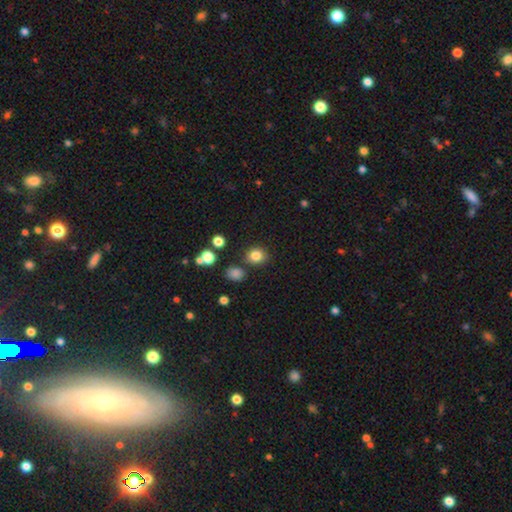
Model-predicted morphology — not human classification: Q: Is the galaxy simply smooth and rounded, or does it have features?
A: smooth — 83%.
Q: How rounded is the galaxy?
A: round — 76%.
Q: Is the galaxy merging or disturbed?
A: none — 80%.